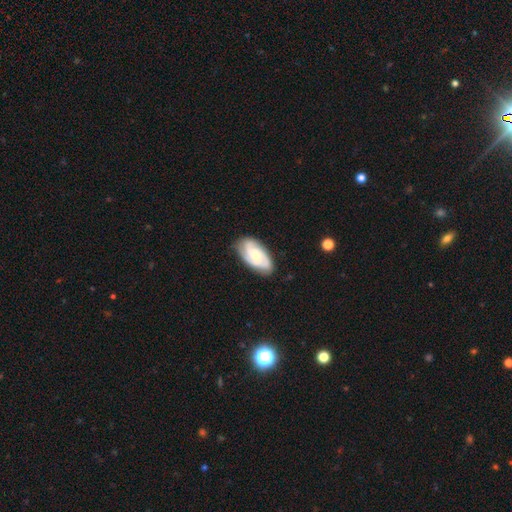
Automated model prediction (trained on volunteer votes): Smooth or featured?
  - featured or disk: 73% *
  - smooth: 21%
  - star or artifact: 5%
Edge-on disk?
  - no: 96% *
  - yes: 4%
Bar?
  - no: 60% *
  - weak: 32%
  - strong: 7%
Spiral arms?
  - yes: 95% *
  - no: 5%
Spiral winding?
  - tight: 53% *
  - medium: 38%
  - loose: 9%
Spiral arm count?
  - 3: 38% *
  - 2: 33%
  - can't tell: 16%
  - 4: 6%
  - 1: 3%
  - more than 4: 3%
Bulge size?
  - small: 51% *
  - moderate: 41%
  - none: 4%
  - large: 3%
  - dominant: 1%
Merging?
  - none: 77% *
  - minor disturbance: 18%
  - major disturbance: 4%
  - merger: 1%